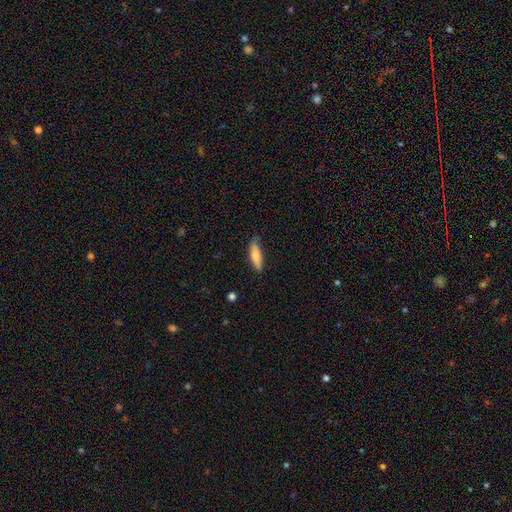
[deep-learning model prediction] The model was most divided on "how rounded": cigar-shaped: 66%, in between: 32%, round: 2%. More confident: merging — none (81%); smooth or featured — smooth (77%).